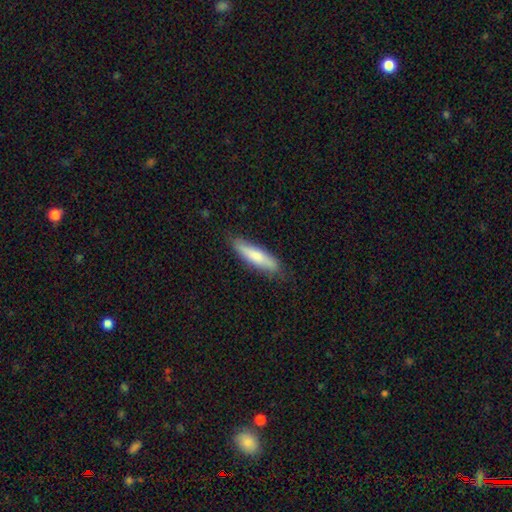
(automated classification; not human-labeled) Overall: smooth (72%). How rounded: cigar-shaped (78%). Merging: none (81%).